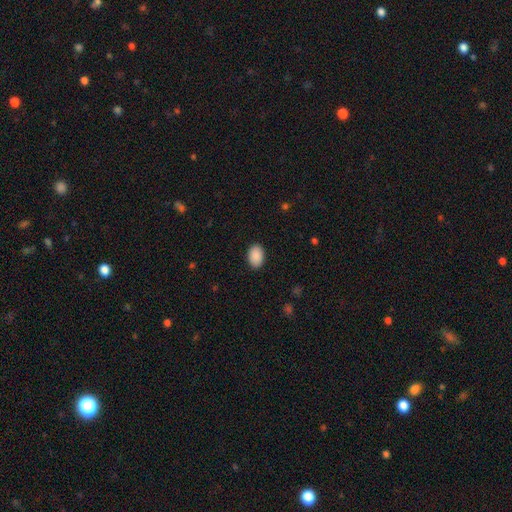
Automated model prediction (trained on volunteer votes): Smooth or featured? smooth (91%)
How rounded? in between (88%)
Merging? none (89%)